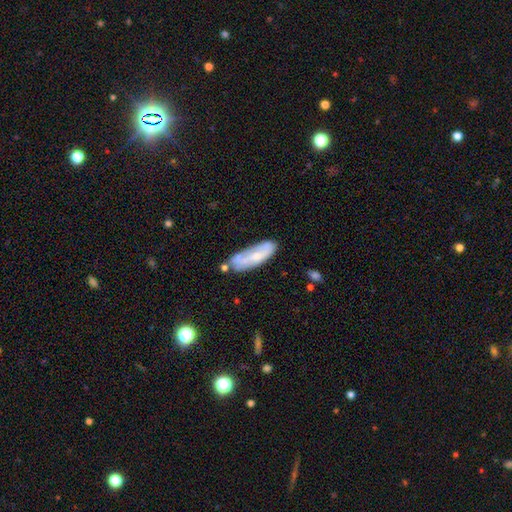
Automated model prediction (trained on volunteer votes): Q: Smooth or featured?
A: smooth (47%); runner-up: featured or disk (45%)
Q: Merging?
A: none (64%); runner-up: minor disturbance (24%)